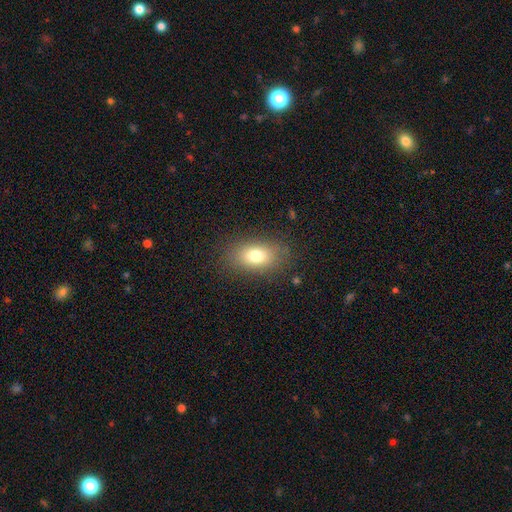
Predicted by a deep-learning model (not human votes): Smooth or featured: smooth — 78% (featured or disk — 12%)
How rounded: in between — 83% (round — 14%)
Merging: none — 83% (minor disturbance — 11%)